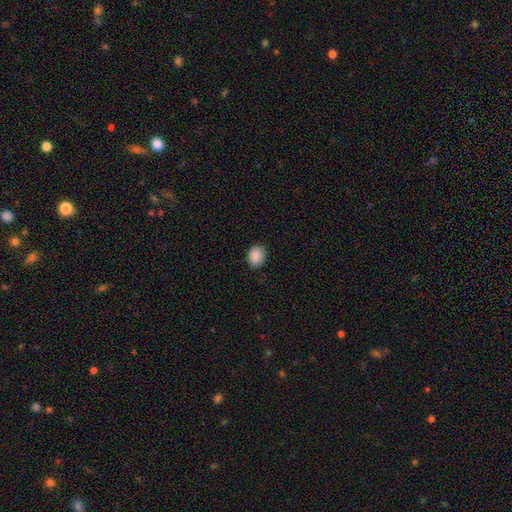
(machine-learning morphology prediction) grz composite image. It shows a smooth galaxy with no disk features (89%) that is round (54%). Merging: none (87%).